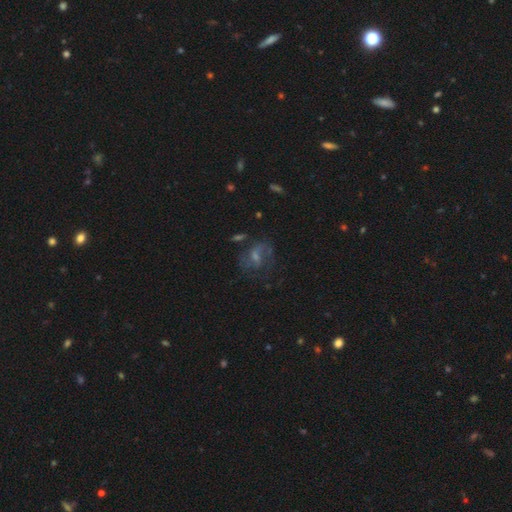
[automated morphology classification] A featured or disk galaxy (58%) with no bar (44%, tied with weak), spiral arms (77%) and a small central bulge (45%).

Vote fractions:
- Smooth or featured? featured or disk: 58% / star or artifact: 21% / smooth: 21%
- Edge-on disk? no: 96% / yes: 4%
- Bar? no: 44% (tied) / weak: 44% (tied) / strong: 12%
- Spiral arms? yes: 77% / no: 23%
- Bulge size? small: 45% / moderate: 37% / none: 12% / large: 5% / dominant: 1%
- Merging? none: 60% / major disturbance: 18% / minor disturbance: 18% / merger: 4%